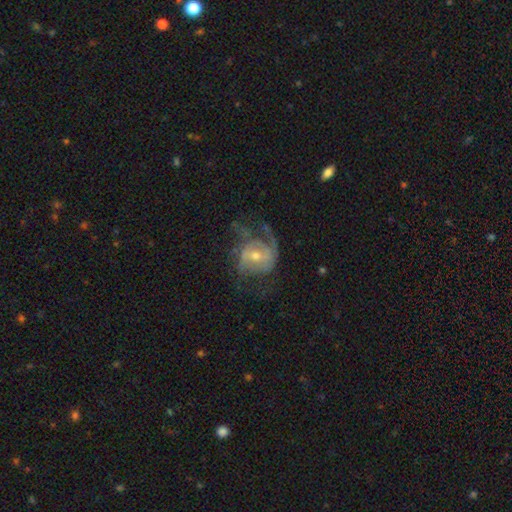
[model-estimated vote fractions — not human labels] This appears to be a featured or disk galaxy (81%) with no bar (50%), 2 (46%) medium (45%) spiral arms (91%) and a moderate central bulge (50%). Merging: none (51%).